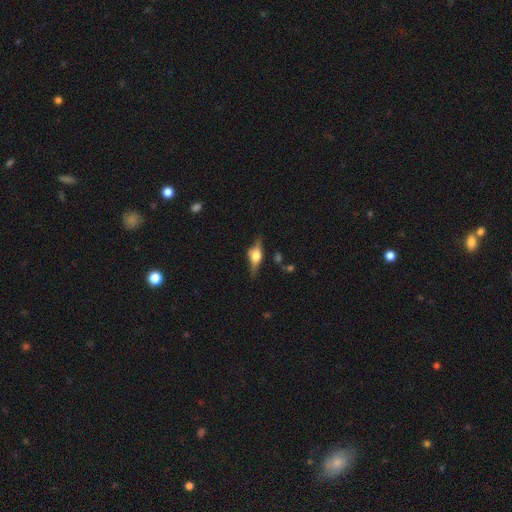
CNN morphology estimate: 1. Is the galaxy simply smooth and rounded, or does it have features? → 66% featured or disk, 27% smooth, 8% star or artifact.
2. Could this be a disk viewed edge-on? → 94% yes, 6% no.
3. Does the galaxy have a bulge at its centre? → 91% rounded, 8% boxy, 1% none.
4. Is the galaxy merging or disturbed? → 76% none, 16% minor disturbance, 5% major disturbance, 2% merger.